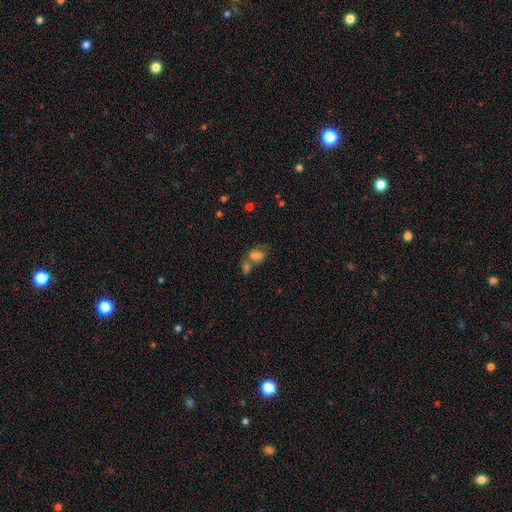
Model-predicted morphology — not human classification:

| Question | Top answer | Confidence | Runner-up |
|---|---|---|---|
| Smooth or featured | smooth | 69% | featured or disk (19%) |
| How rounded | in between | 77% | round (22%) |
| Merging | merger | 50% | none (26%) |